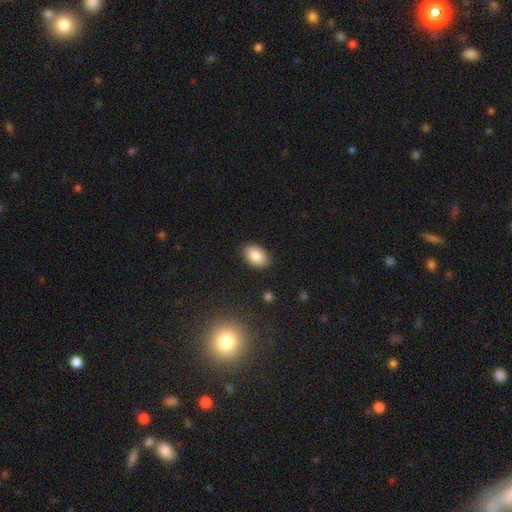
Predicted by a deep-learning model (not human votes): smooth-or-featured: smooth: 86% | star or artifact: 8% | featured or disk: 7%
  how-rounded: in between: 90% | round: 8% | cigar-shaped: 1%
  merging: none: 88% | minor disturbance: 8% | major disturbance: 2% | merger: 1%